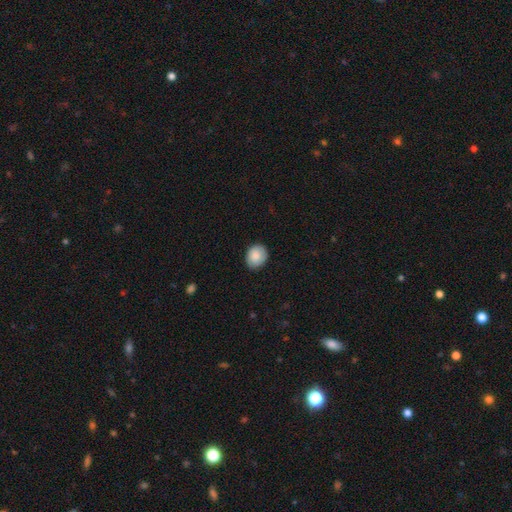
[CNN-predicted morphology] This is clearly a smooth galaxy (86%). How rounded: possibly round (58%). Merging: clearly none (82%).